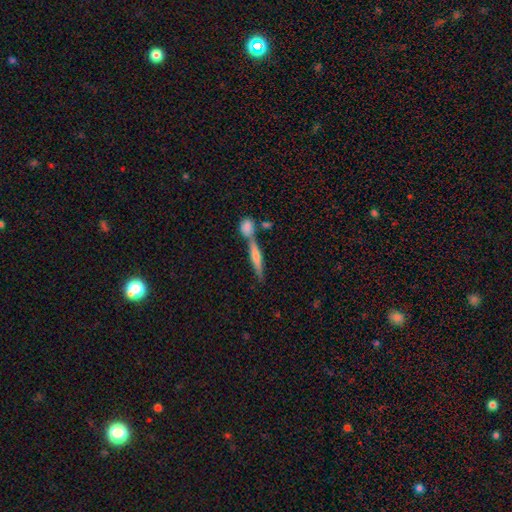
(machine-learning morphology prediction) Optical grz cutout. It shows a featured or disk galaxy (58%) viewed edge-on (94%) with a rounded central bulge (70%). Merging: none (58%).